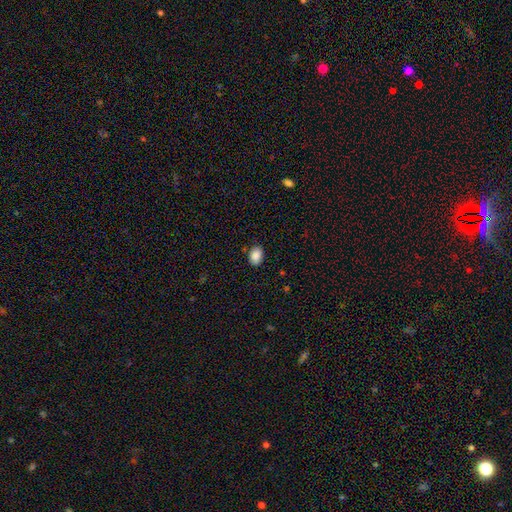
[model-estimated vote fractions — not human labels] Q: Smooth or featured?
A: smooth (88%); runner-up: star or artifact (8%)
Q: How rounded?
A: in between (80%); runner-up: round (19%)
Q: Merging?
A: none (86%); runner-up: minor disturbance (10%)